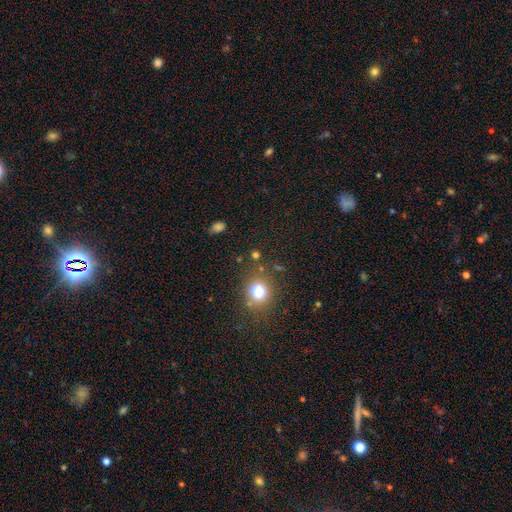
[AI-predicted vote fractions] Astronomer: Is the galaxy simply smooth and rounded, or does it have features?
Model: smooth — 55% (runner-up: star or artifact, 37%).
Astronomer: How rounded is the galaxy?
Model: round — 82%.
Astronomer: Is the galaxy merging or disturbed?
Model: none — 78%.